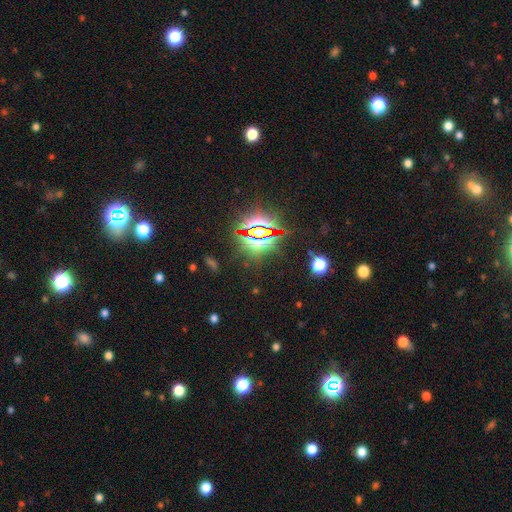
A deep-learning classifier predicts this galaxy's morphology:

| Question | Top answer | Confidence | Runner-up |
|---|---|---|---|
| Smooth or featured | star or artifact | 83% | smooth (10%) |